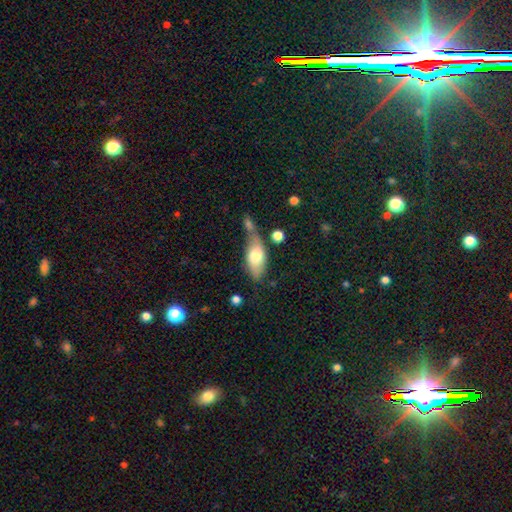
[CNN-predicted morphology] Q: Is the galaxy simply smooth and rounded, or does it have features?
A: smooth — 70%.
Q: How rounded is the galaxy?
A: in between — 85%.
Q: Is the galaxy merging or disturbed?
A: none — 42%.